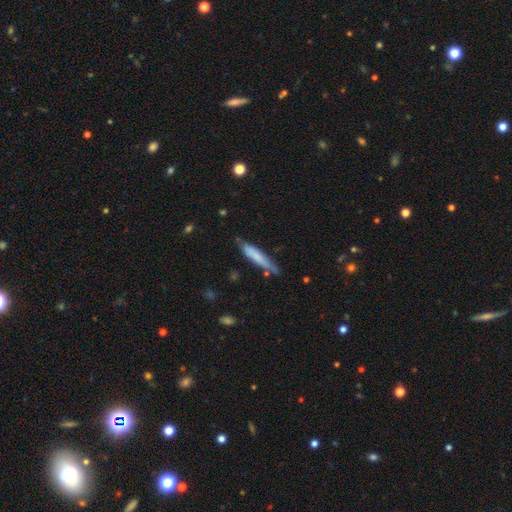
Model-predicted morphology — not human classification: Smooth or featured?
  - smooth: 66% *
  - featured or disk: 28%
  - star or artifact: 6%
How rounded?
  - cigar-shaped: 87% *
  - in between: 12%
  - round: 1%
Merging?
  - none: 66% *
  - minor disturbance: 25%
  - major disturbance: 5%
  - merger: 4%